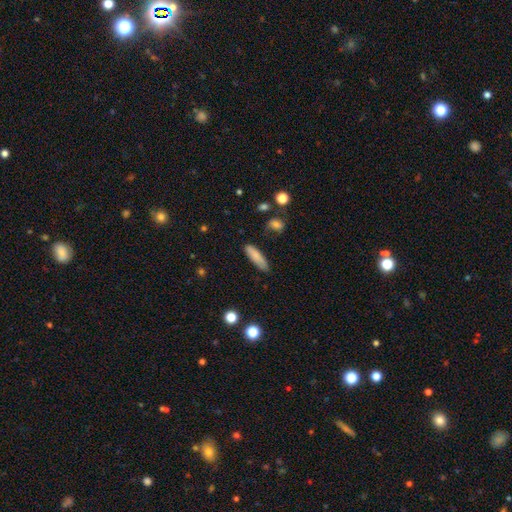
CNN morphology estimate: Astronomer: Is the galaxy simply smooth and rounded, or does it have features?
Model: smooth — 82%.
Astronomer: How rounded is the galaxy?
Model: cigar-shaped — 64%.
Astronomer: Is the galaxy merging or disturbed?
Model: none — 80%.